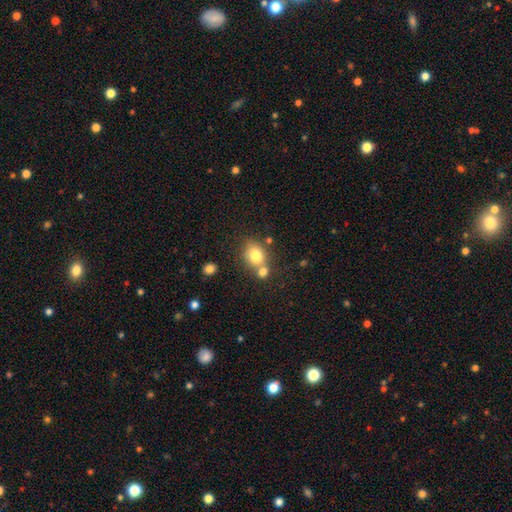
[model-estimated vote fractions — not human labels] A smooth galaxy with no disk features (78%) that is round (60%).

Vote fractions:
- Smooth or featured? smooth: 78% / featured or disk: 11% / star or artifact: 11%
- How rounded? round: 60% / in between: 39% / cigar-shaped: 1%
- Merging? none: 53% / merger: 33% / minor disturbance: 11% / major disturbance: 4%